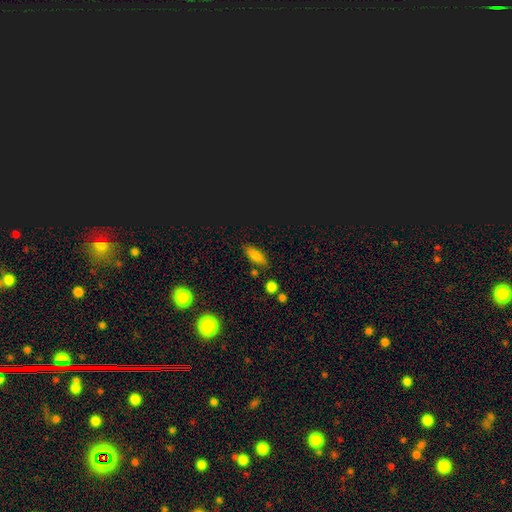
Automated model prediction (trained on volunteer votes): Smooth or featured: smooth — 74% (star or artifact — 15%)
How rounded: in between — 70% (cigar-shaped — 25%)
Merging: none — 77% (minor disturbance — 14%)